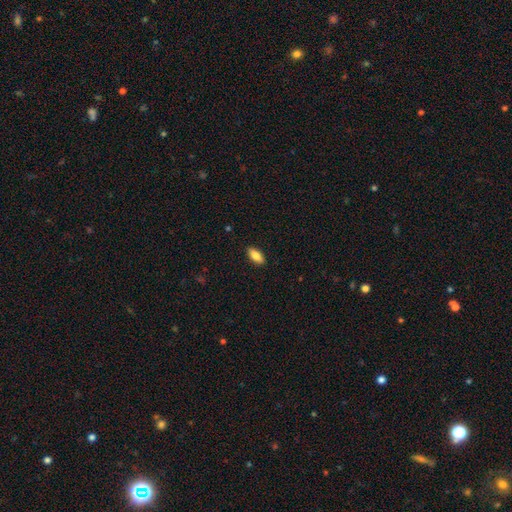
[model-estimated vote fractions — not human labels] Smooth or featured? smooth (85%)
How rounded? in between (86%)
Merging? none (89%)